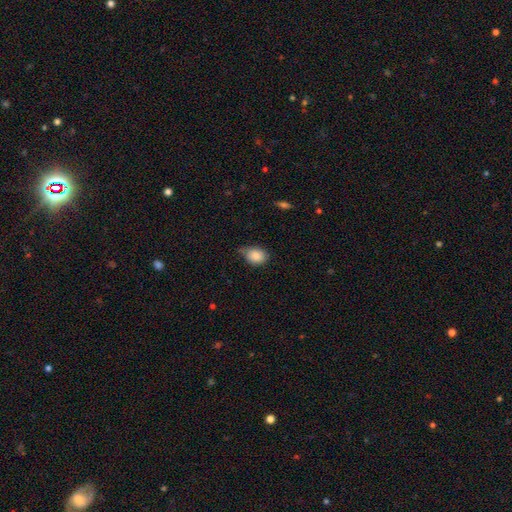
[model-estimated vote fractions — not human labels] Smooth or featured?
  - smooth: 85% *
  - star or artifact: 8%
  - featured or disk: 6%
How rounded?
  - in between: 62% *
  - round: 37%
  - cigar-shaped: 1%
Merging?
  - none: 56% *
  - minor disturbance: 35%
  - major disturbance: 6%
  - merger: 3%